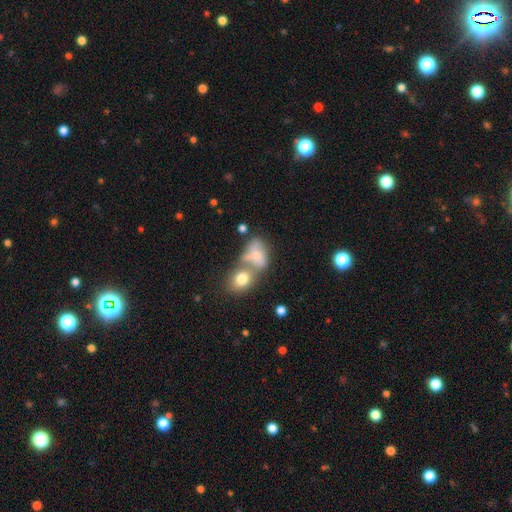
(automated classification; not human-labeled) Smooth or featured? Predicted: smooth (p=0.58). How rounded? Predicted: in between (p=0.68). Merging? Predicted: merger (p=0.51).